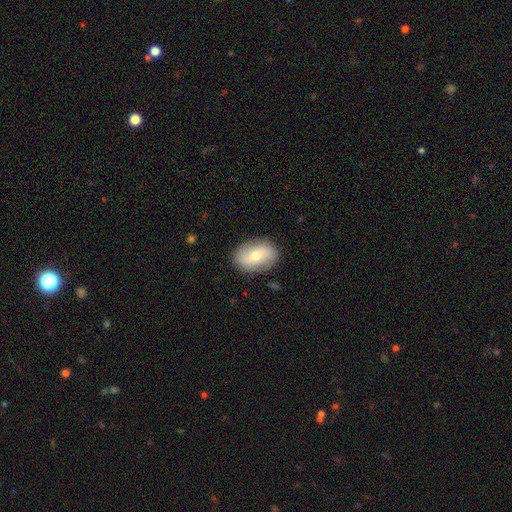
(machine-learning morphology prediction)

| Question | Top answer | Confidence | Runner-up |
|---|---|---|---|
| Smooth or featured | smooth | 61% | featured or disk (32%) |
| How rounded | in between | 84% | round (15%) |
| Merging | none | 85% | minor disturbance (11%) |